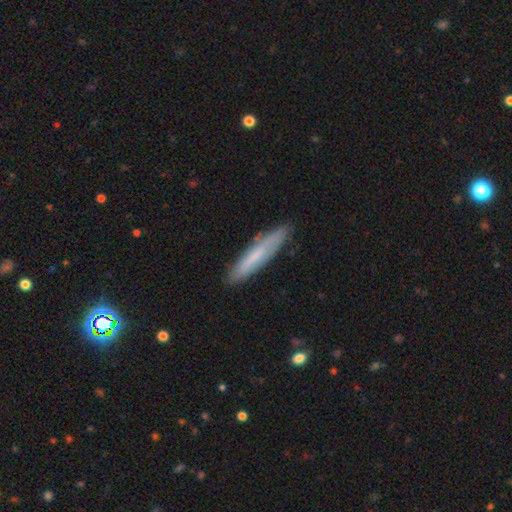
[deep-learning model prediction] Smooth or featured: smooth — 60% (featured or disk — 33%)
How rounded: cigar-shaped — 89% (in between — 9%)
Merging: none — 85% (minor disturbance — 12%)